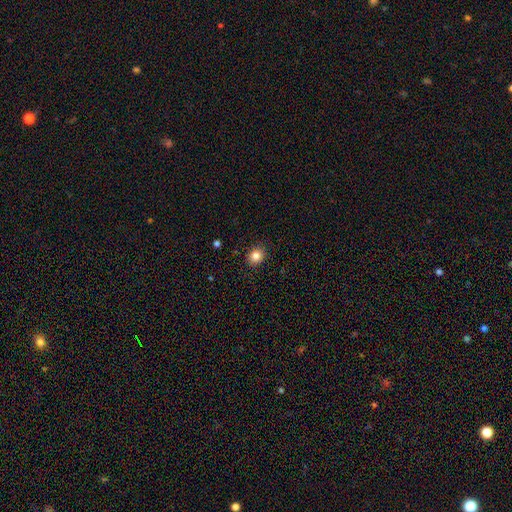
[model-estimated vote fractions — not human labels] A smooth galaxy with no disk features (84%) that is round (66%). Merging: none (89%).